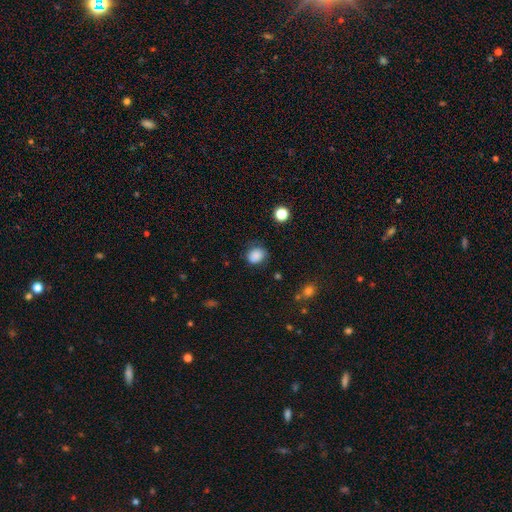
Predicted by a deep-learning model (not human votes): The model was most divided on "how rounded": round: 63%, in between: 36%, cigar-shaped: 1%. More confident: smooth or featured — smooth (85%); merging — none (69%).